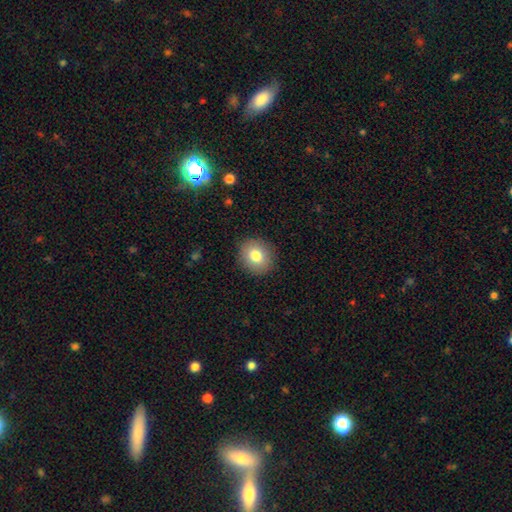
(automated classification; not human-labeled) This is likely a smooth galaxy (79%). How rounded: likely round (73%). Merging: clearly none (90%).